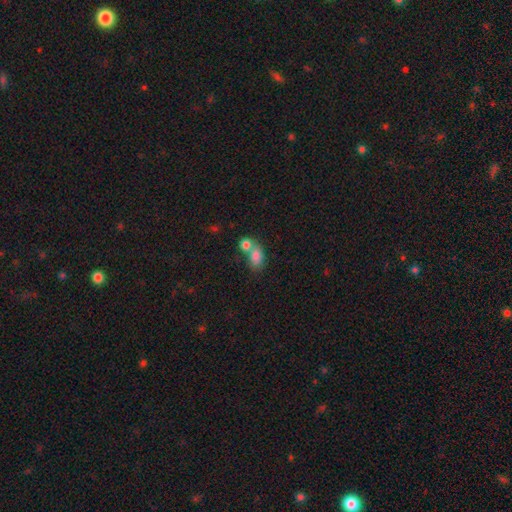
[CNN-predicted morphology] A smooth galaxy with no disk features (82%) that is in between round and cigar-shaped (75%).

Vote fractions:
- Smooth or featured? smooth: 82% / star or artifact: 9% / featured or disk: 9%
- How rounded? in between: 75% / round: 24% / cigar-shaped: 2%
- Merging? merger: 54% / none: 32% / minor disturbance: 10% / major disturbance: 5%